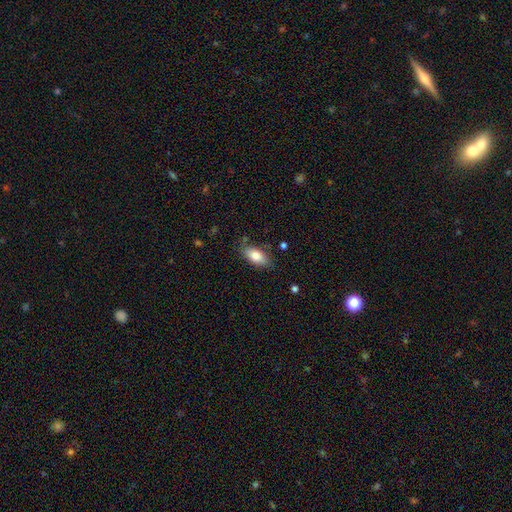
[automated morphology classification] The model was most divided on "merging": none: 79%, minor disturbance: 15%, major disturbance: 3%, merger: 2%. More confident: how rounded — in between (90%); smooth or featured — smooth (80%).